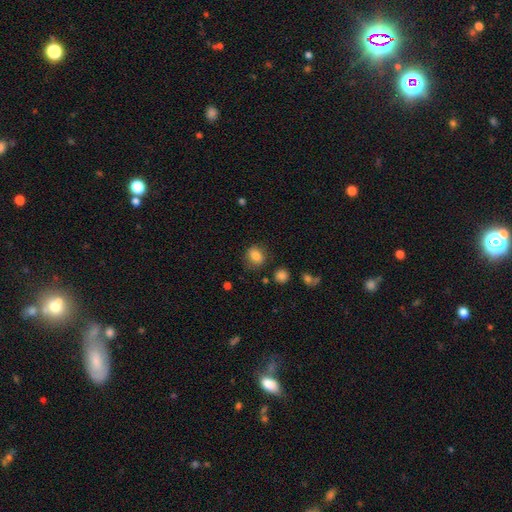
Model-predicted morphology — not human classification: Overall: smooth (80%). How rounded: round (53%; in between 45%). Merging: none (78%).